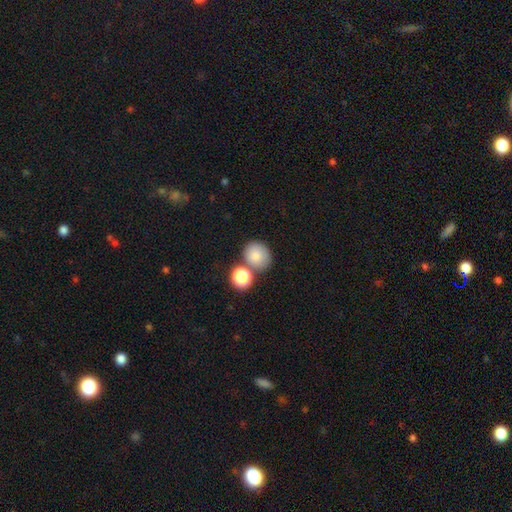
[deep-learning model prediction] smooth 81%, star or artifact 10%, featured or disk 8%. Down the decision tree: how rounded — round (72%); merging — none (60%).